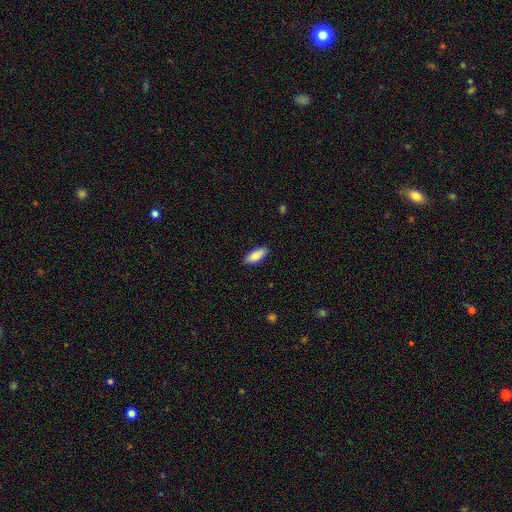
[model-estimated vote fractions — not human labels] Q: Smooth or featured?
A: smooth (85%); runner-up: featured or disk (9%)
Q: How rounded?
A: in between (77%); runner-up: cigar-shaped (21%)
Q: Merging?
A: none (86%); runner-up: minor disturbance (11%)